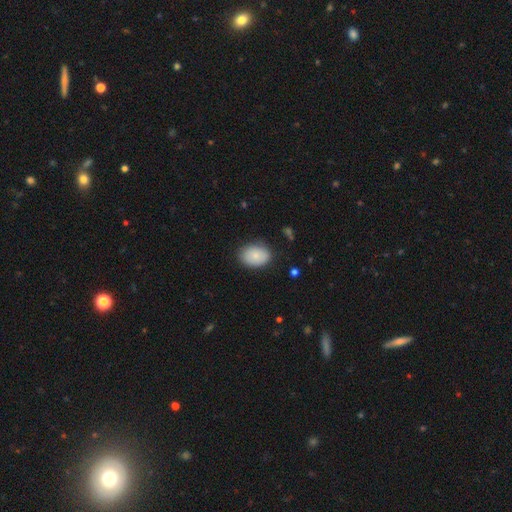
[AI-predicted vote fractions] smooth_or_featured: smooth (p=0.85) [alt: featured or disk p=0.09]
how_rounded: in between (p=0.77) [alt: round p=0.22]
merging: none (p=0.82) [alt: minor disturbance p=0.14]